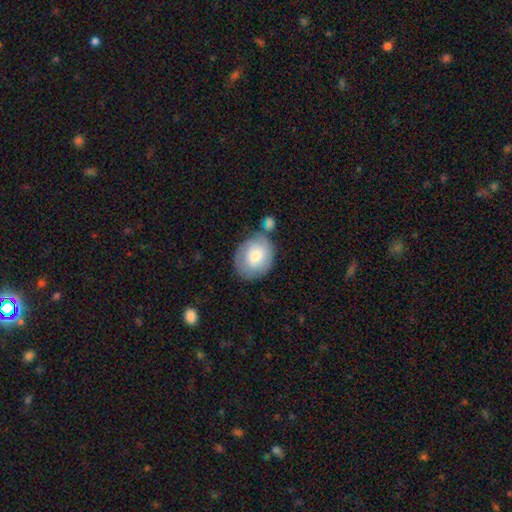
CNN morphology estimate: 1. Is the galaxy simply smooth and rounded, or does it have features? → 70% smooth, 23% featured or disk, 6% star or artifact.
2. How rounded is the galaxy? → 52% round, 47% in between, 1% cigar-shaped.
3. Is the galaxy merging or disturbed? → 54% none, 21% minor disturbance, 18% merger, 8% major disturbance.